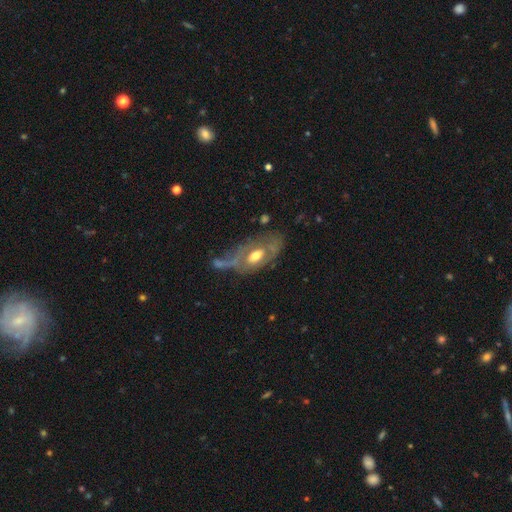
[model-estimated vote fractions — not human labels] Q: Smooth or featured?
A: featured or disk (62%); runner-up: smooth (31%)
Q: Edge-on disk?
A: no (88%); runner-up: yes (12%)
Q: Bar?
A: no (65%); runner-up: weak (26%)
Q: Spiral arms?
A: no (57%); runner-up: yes (43%)
Q: Bulge size?
A: moderate (70%); runner-up: large (14%)
Q: Merging?
A: none (35%); runner-up: major disturbance (30%)